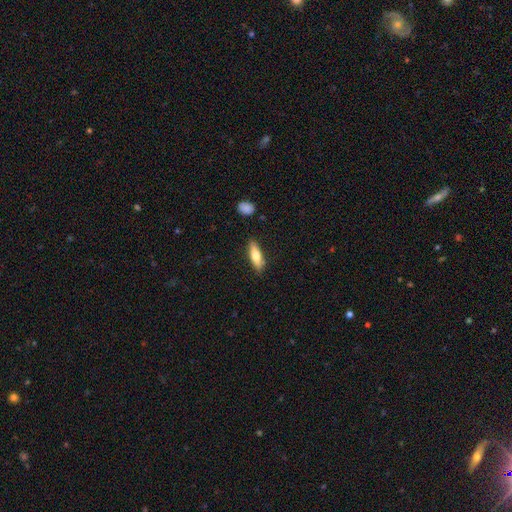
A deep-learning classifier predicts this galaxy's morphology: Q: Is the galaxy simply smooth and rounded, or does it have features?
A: smooth — 67%.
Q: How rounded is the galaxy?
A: cigar-shaped — 50%.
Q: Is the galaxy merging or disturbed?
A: none — 85%.